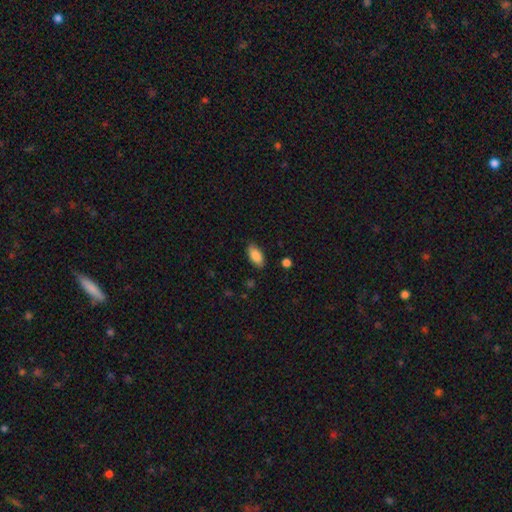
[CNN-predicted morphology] Smooth or featured? Predicted: smooth (p=0.87). How rounded? Predicted: in between (p=0.90). Merging? Predicted: none (p=0.86).